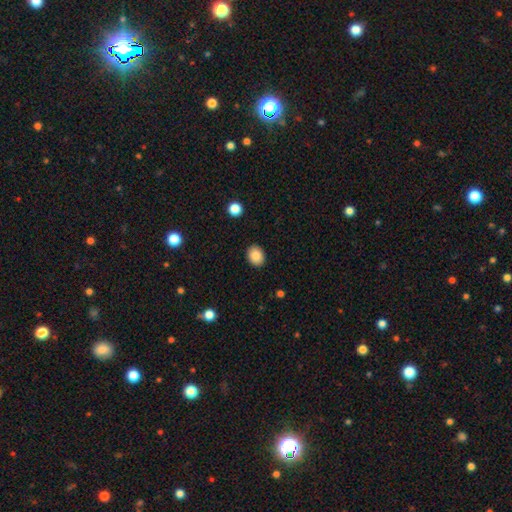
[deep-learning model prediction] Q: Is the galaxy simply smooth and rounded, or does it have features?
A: smooth — 87%.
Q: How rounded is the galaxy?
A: in between — 56%.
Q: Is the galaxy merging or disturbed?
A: none — 90%.